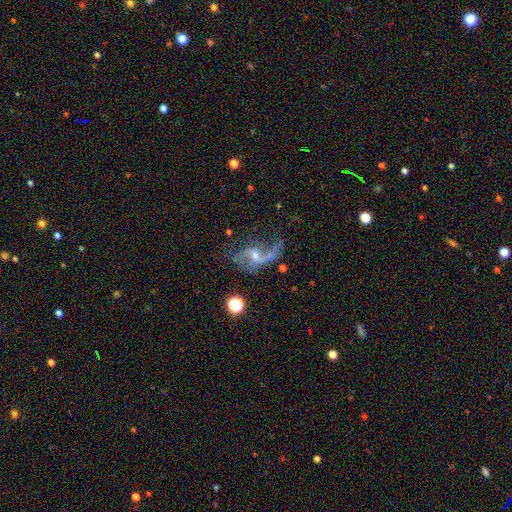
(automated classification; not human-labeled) A featured or disk galaxy (84%) with no bar (44%), 2 (77%) loose (80%) spiral arms (92%) and a small central bulge (55%).

Vote fractions:
- Smooth or featured? featured or disk: 84% / star or artifact: 9% / smooth: 7%
- Edge-on disk? no: 96% / yes: 4%
- Bar? no: 44% / weak: 43% / strong: 13%
- Spiral arms? yes: 92% / no: 8%
- Spiral winding? loose: 80% / medium: 16% / tight: 4%
- Spiral arm count? 2: 77% / 1: 13% / can't tell: 4% / 3: 2% / 4: 1% / more than 4: 1%
- Bulge size? small: 55% / moderate: 37% / none: 6% / large: 2% / dominant: 1%
- Merging? none: 46% / major disturbance: 28% / minor disturbance: 19% / merger: 6%